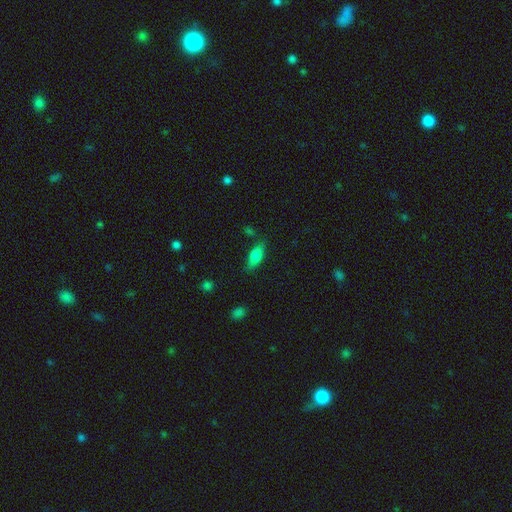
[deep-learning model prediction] smooth_or_featured: smooth (p=0.73) [alt: featured or disk p=0.20]
how_rounded: in between (p=0.72) [alt: cigar-shaped p=0.25]
merging: none (p=0.78) [alt: minor disturbance p=0.16]